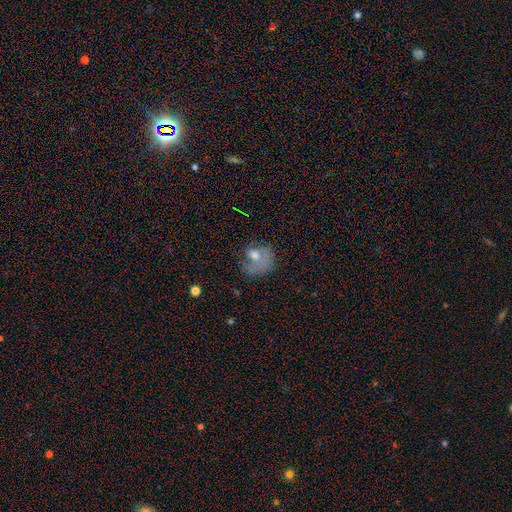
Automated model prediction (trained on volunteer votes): smooth 52%, featured or disk 34%, star or artifact 15%. Down the decision tree: how rounded — round (56%); merging — major disturbance (36%).